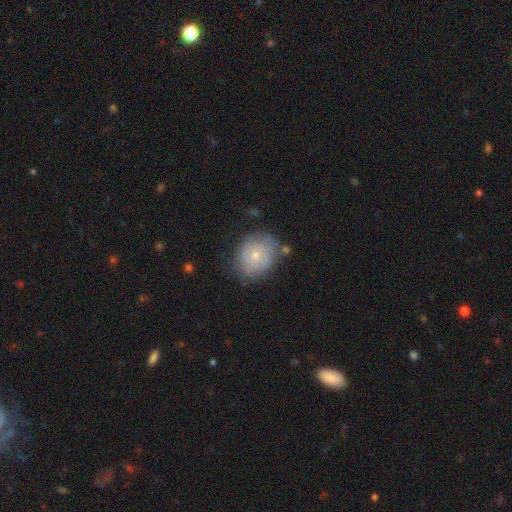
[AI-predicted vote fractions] Q: Smooth or featured?
A: smooth (51%); runner-up: featured or disk (41%)
Q: How rounded?
A: round (60%); runner-up: in between (39%)
Q: Merging?
A: none (70%); runner-up: minor disturbance (21%)